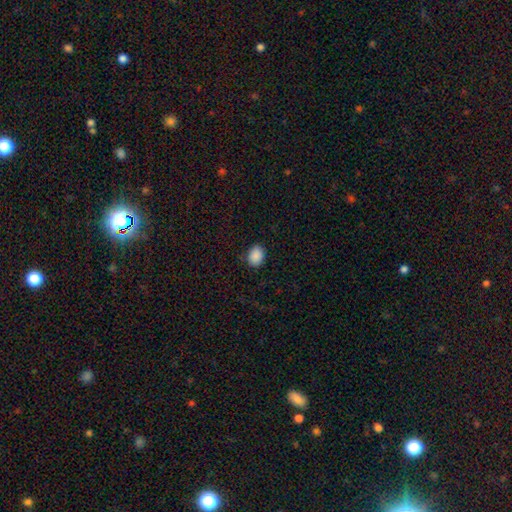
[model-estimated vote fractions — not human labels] smooth-or-featured: smooth: 89% | star or artifact: 8% | featured or disk: 3%
  how-rounded: in between: 62% | round: 37% | cigar-shaped: 1%
  merging: none: 83% | minor disturbance: 13% | major disturbance: 3% | merger: 1%